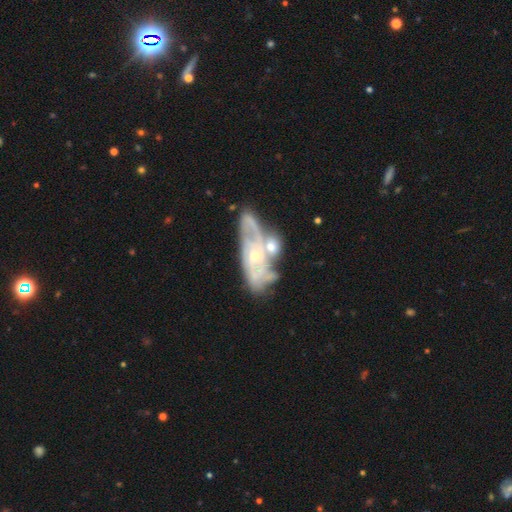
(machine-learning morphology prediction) smooth_or_featured: featured or disk (p=0.77) [alt: smooth p=0.16]
disk_edge_on: no (p=0.90) [alt: yes p=0.10]
bar: no (p=0.69) [alt: weak p=0.25]
has_spiral_arms: yes (p=0.77) [alt: no p=0.23]
spiral_winding: tight (p=0.49) [alt: medium p=0.36]
spiral_arm_count: can't tell (p=0.50) [alt: 2 p=0.24]
bulge_size: small (p=0.65) [alt: moderate p=0.28]
merging: none (p=0.36) [alt: merger p=0.33]